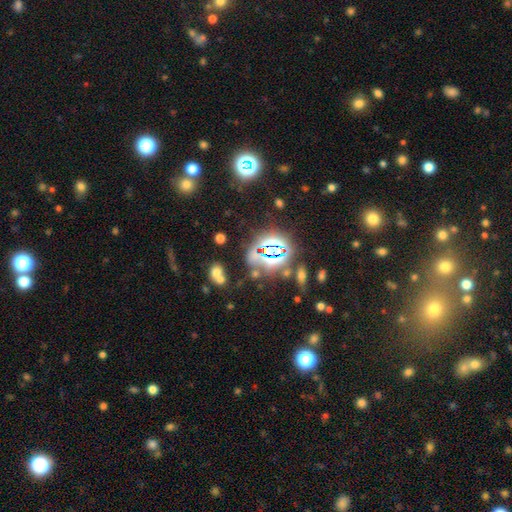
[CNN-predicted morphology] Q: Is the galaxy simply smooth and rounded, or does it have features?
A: star or artifact — 61%.